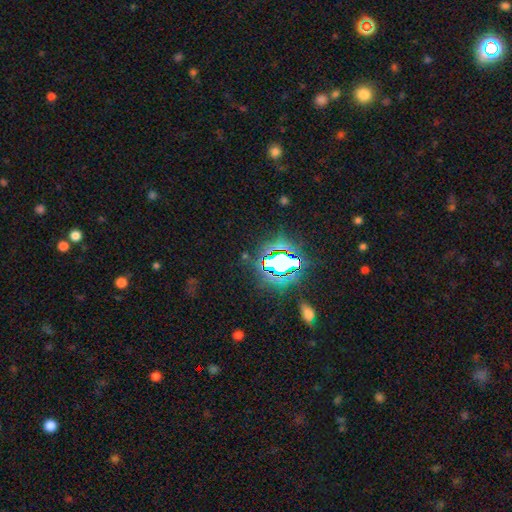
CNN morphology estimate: smooth-or-featured: star or artifact: 82% | smooth: 11% | featured or disk: 7%